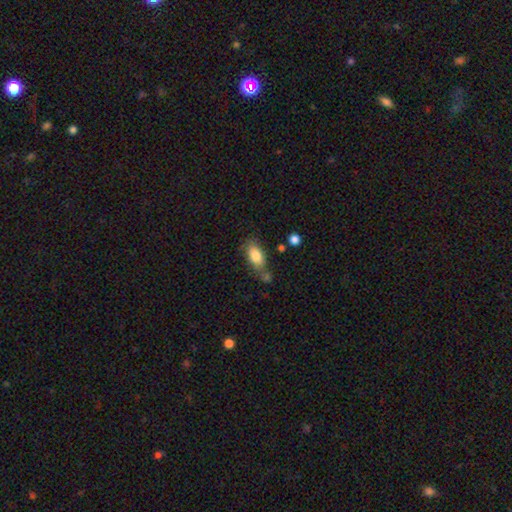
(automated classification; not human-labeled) A smooth galaxy with no disk features (81%) that is in between round and cigar-shaped (89%). Merging: none (59%).